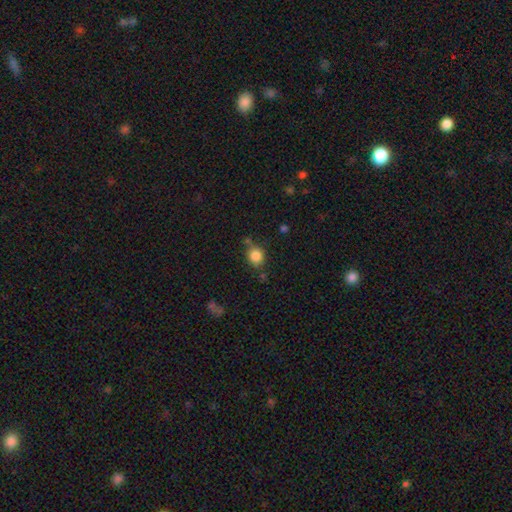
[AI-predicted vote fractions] This is clearly a smooth galaxy (84%). How rounded: likely round (70%). Merging: likely none (69%).